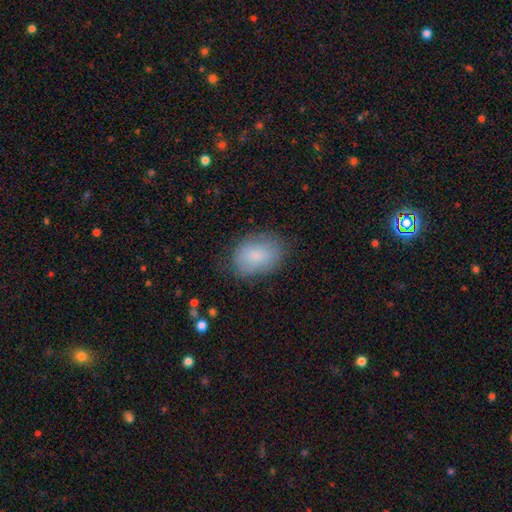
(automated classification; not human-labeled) A smooth galaxy with no disk features (82%) that is in between round and cigar-shaped (80%). Merging: none (74%).